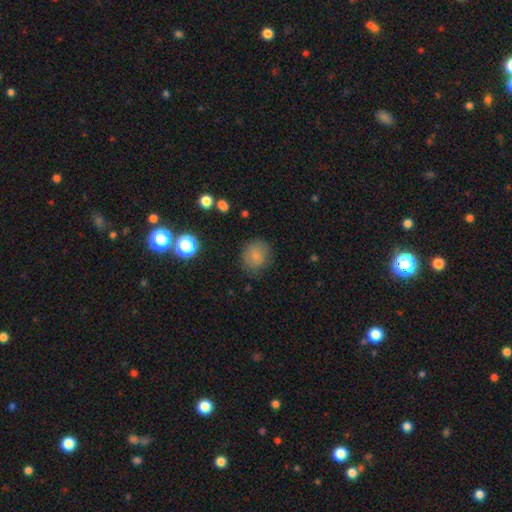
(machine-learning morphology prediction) Smooth or featured? smooth (81%)
How rounded? round (79%)
Merging? none (79%)